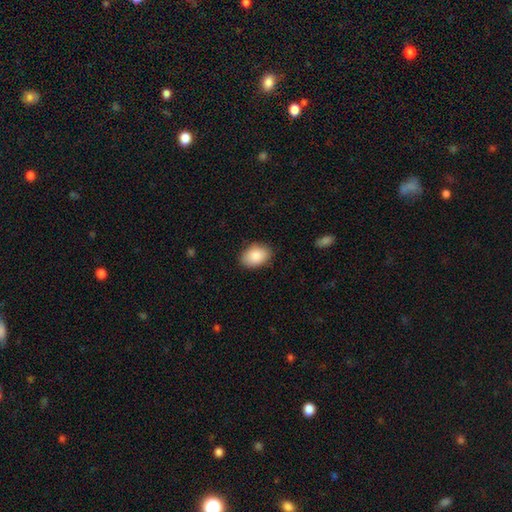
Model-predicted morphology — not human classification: type=smooth (87%); roundness=in between (84%); merging=none (85%).